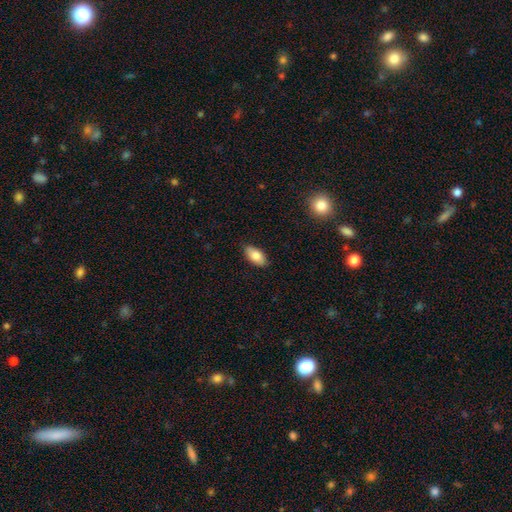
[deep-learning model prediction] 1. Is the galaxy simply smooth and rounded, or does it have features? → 83% smooth, 10% featured or disk, 7% star or artifact.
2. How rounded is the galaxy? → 92% in between, 5% cigar-shaped, 3% round.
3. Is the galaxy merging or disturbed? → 85% none, 12% minor disturbance, 2% major disturbance, 1% merger.